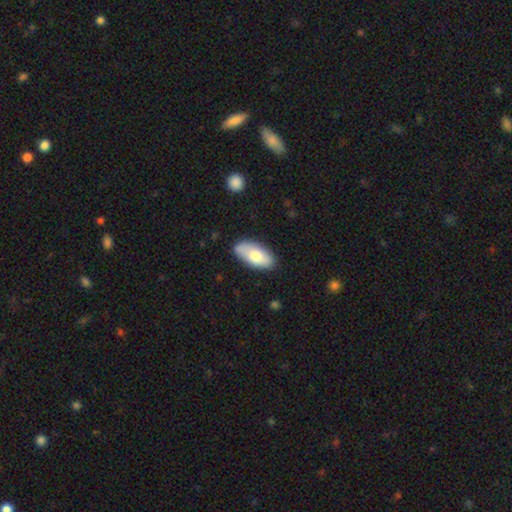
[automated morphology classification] Smooth or featured: smooth — 71% (featured or disk — 23%)
How rounded: in between — 92% (cigar-shaped — 5%)
Merging: none — 80% (minor disturbance — 15%)